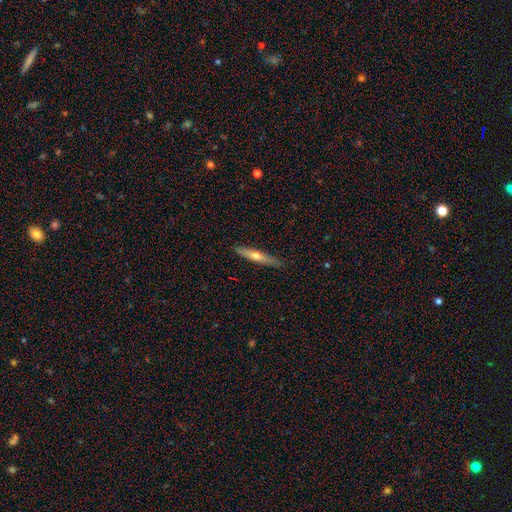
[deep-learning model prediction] Smooth or featured? Predicted: featured or disk (p=0.50). Edge-on disk? Predicted: yes (p=0.93). Merging? Predicted: none (p=0.88).